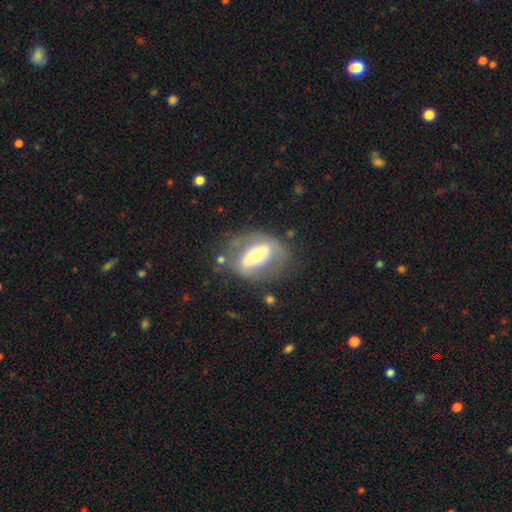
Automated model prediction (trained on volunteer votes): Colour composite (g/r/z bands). It shows a featured or disk galaxy (61%) with a strong bar (40%), no spiral arms (70%) and a moderate central bulge (64%). Merging: none (63%).